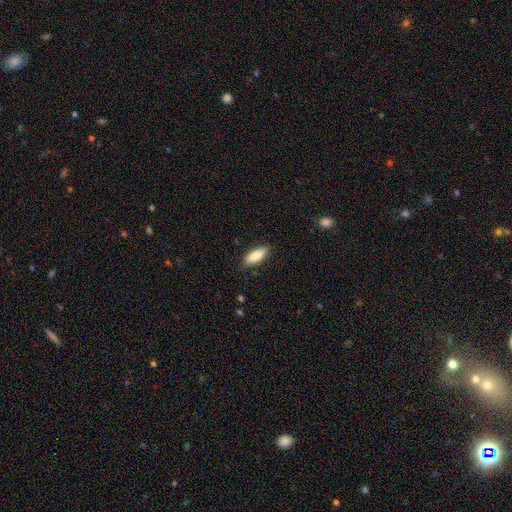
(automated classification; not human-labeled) Smooth or featured? Predicted: smooth (p=0.85). How rounded? Predicted: in between (p=0.73). Merging? Predicted: none (p=0.86).